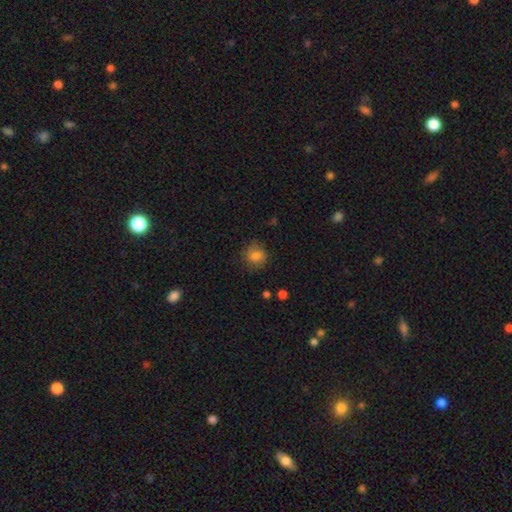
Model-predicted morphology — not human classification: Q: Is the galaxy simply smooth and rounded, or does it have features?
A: smooth — 82%.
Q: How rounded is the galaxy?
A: round — 82%.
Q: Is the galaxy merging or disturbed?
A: none — 76%.